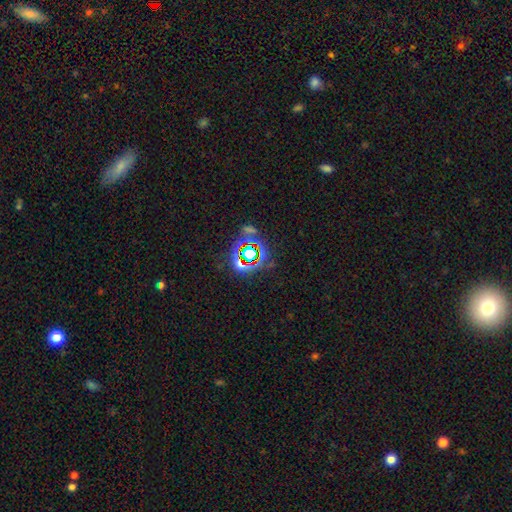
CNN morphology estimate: star or artifact 75%, smooth 15%, featured or disk 10%.